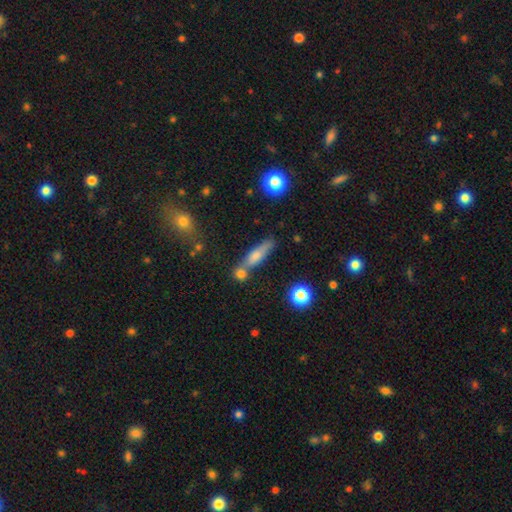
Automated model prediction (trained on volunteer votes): This appears to be a smooth galaxy with no disk features (64%) that is cigar-shaped (73%). Merging: none (61%).